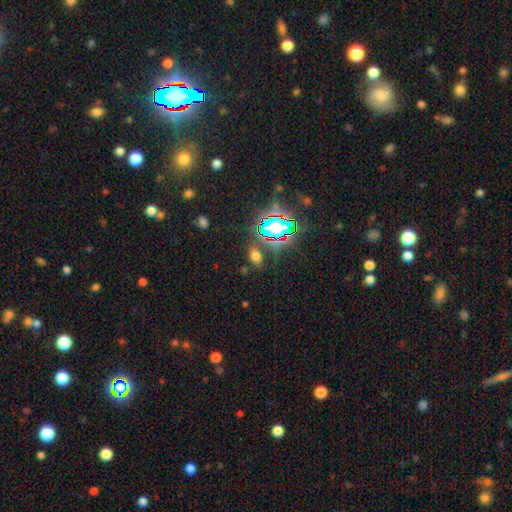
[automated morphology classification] A star or artifact, not a galaxy (81%).

Vote fractions:
- Smooth or featured? star or artifact: 81% / smooth: 11% / featured or disk: 8%